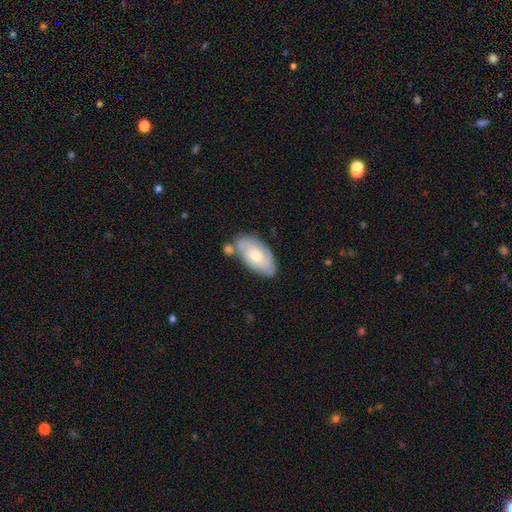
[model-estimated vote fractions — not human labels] Morphology: type=featured or disk (51%); edge-on=no (91%); merging=none (58%).